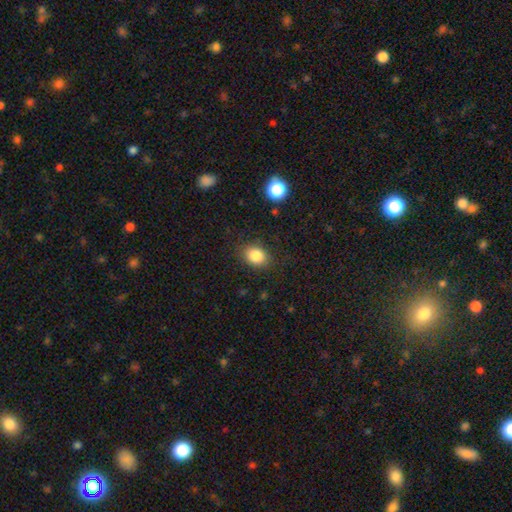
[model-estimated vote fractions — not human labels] Smooth or featured: smooth — 84% (star or artifact — 10%)
How rounded: in between — 60% (round — 39%)
Merging: none — 84% (minor disturbance — 11%)